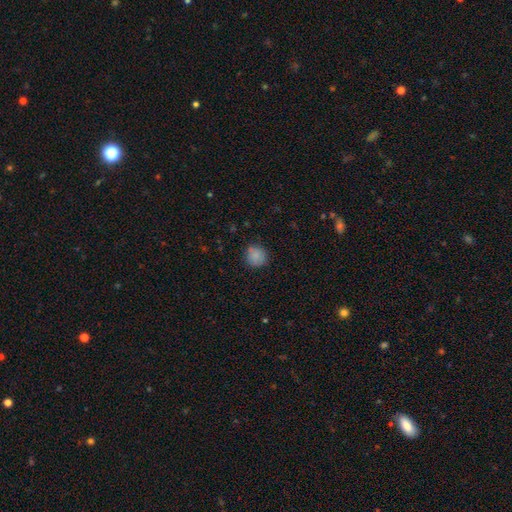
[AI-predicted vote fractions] A smooth galaxy with no disk features (83%) that is round (88%).

Vote fractions:
- Smooth or featured? smooth: 83% / star or artifact: 10% / featured or disk: 7%
- How rounded? round: 88% / in between: 11% / cigar-shaped: 1%
- Merging? none: 81% / minor disturbance: 14% / major disturbance: 3% / merger: 2%